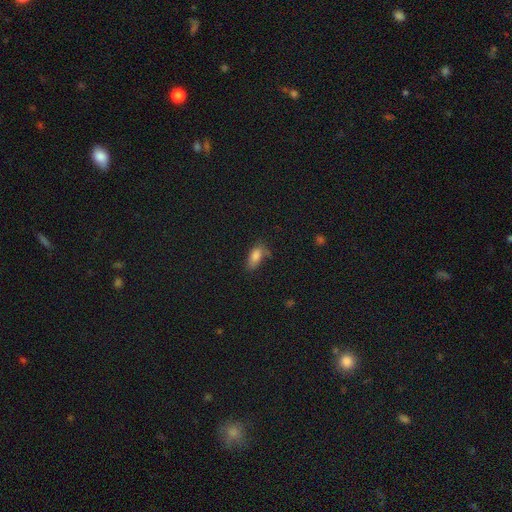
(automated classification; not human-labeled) Morphology: type=smooth (80%); roundness=in between (85%); merging=none (56%).